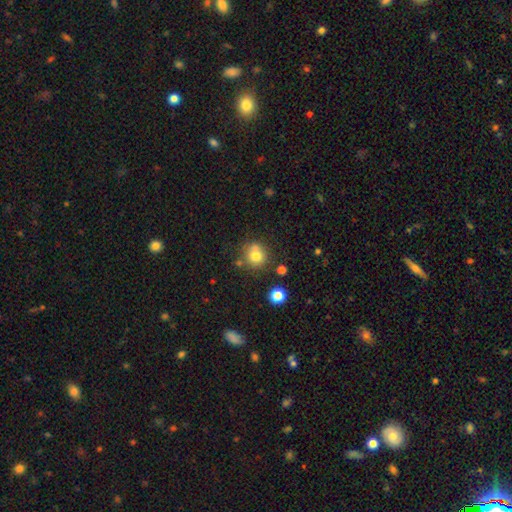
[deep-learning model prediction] The model was most divided on "merging": none: 71%, minor disturbance: 16%, merger: 9%, major disturbance: 5%. More confident: how rounded — round (85%); smooth or featured — smooth (77%).